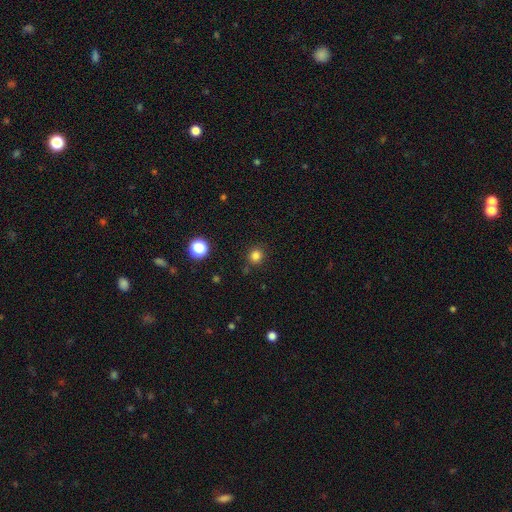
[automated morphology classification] A smooth galaxy with no disk features (81%) that is round (88%). Merging: none (87%).